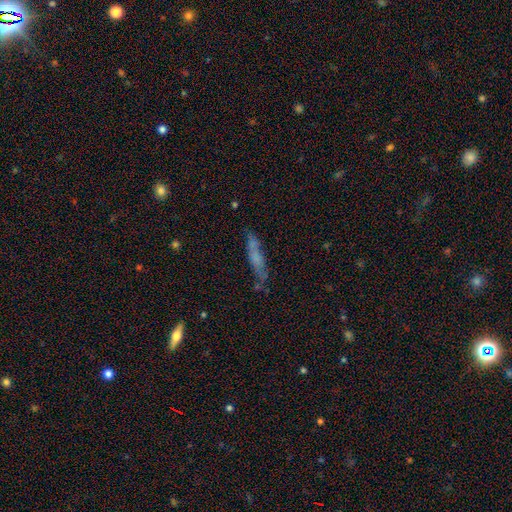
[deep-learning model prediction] Q: Smooth or featured?
A: smooth (50%); runner-up: featured or disk (39%)
Q: Merging?
A: none (66%); runner-up: minor disturbance (20%)